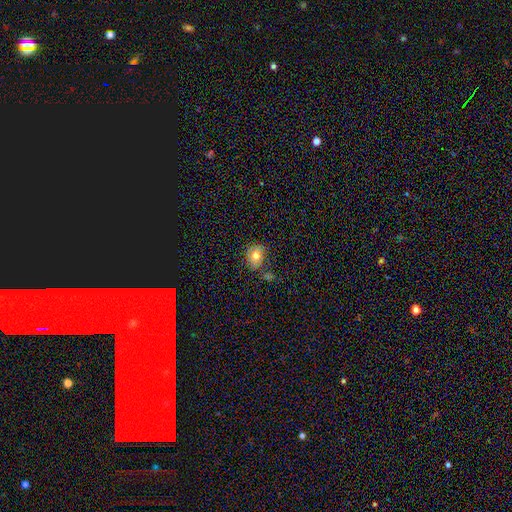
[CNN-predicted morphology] Overall: smooth (74%). How rounded: round (57%; in between 42%). Merging: none (69%).